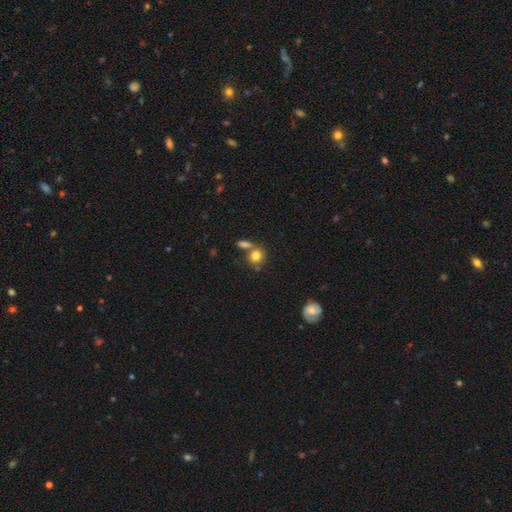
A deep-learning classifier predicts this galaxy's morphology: Smooth or featured? Predicted: smooth (p=0.80). How rounded? Predicted: round (p=0.75). Merging? Predicted: none (p=0.56).